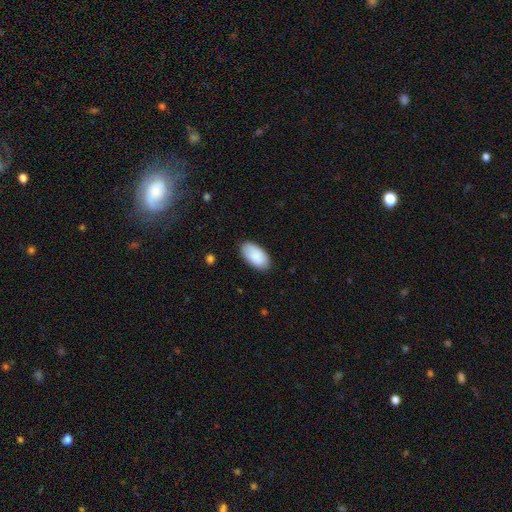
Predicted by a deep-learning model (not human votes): Smooth or featured? smooth (89%)
How rounded? in between (96%)
Merging? none (84%)